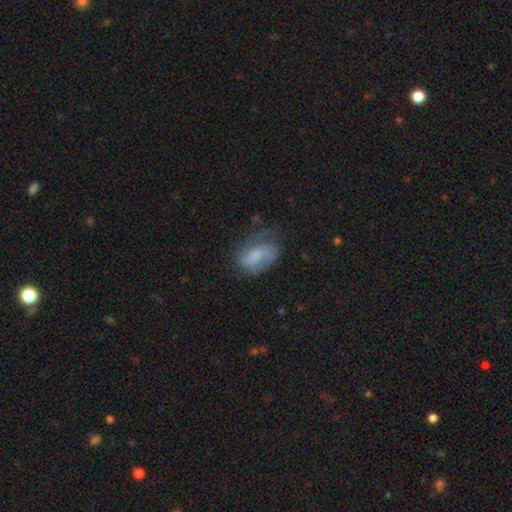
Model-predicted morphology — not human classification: A featured or disk galaxy (53%) with a weak bar (44%), spiral arms (81%) and a small central bulge (34%).

Vote fractions:
- Smooth or featured? featured or disk: 53% / smooth: 39% / star or artifact: 8%
- Edge-on disk? no: 96% / yes: 4%
- Bar? weak: 44% / no: 41% / strong: 15%
- Spiral arms? yes: 81% / no: 19%
- Bulge size? small: 34% / moderate: 32% / none: 26% / large: 7% / dominant: 2%
- Merging? none: 53% / minor disturbance: 28% / major disturbance: 18% / merger: 2%